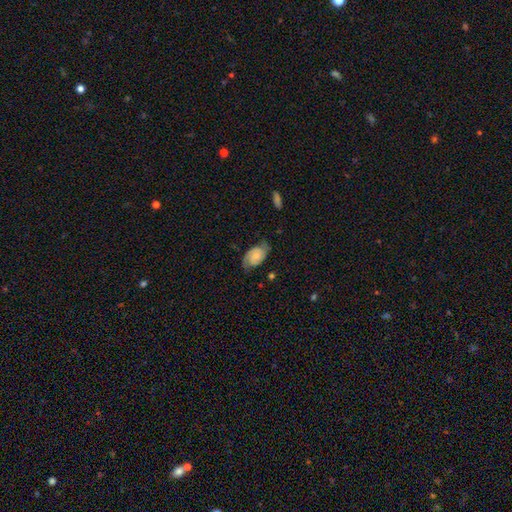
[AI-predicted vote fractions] Smooth or featured: featured or disk — 60% (smooth — 33%)
Edge-on disk: no — 96% (yes — 4%)
Bar: no — 71% (weak — 25%)
Spiral arms: yes — 91% (no — 9%)
Spiral winding: medium — 41% (tight — 40%)
Spiral arm count: 2 — 81% (can't tell — 10%)
Bulge size: small — 53% (moderate — 30%)
Merging: none — 66% (minor disturbance — 24%)